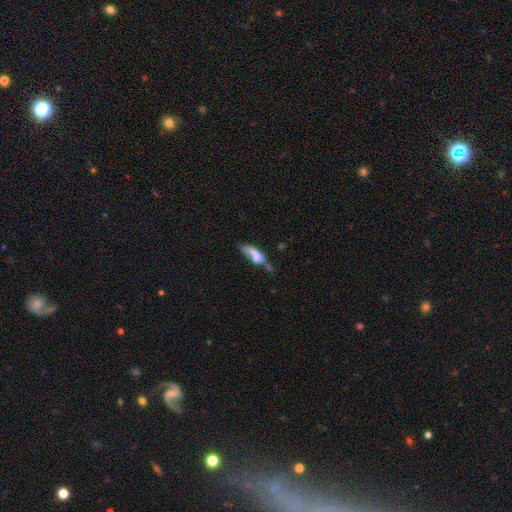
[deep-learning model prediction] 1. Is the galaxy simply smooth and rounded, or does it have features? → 55% smooth, 36% featured or disk, 9% star or artifact.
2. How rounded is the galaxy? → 59% in between, 36% cigar-shaped, 6% round.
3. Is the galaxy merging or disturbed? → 31% major disturbance, 25% none, 24% merger, 20% minor disturbance.